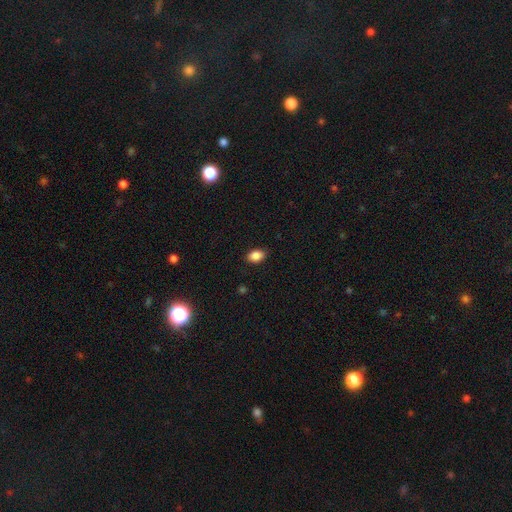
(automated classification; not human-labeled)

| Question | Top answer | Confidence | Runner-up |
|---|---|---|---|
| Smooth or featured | smooth | 88% | star or artifact (9%) |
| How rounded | in between | 84% | round (15%) |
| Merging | none | 87% | minor disturbance (9%) |